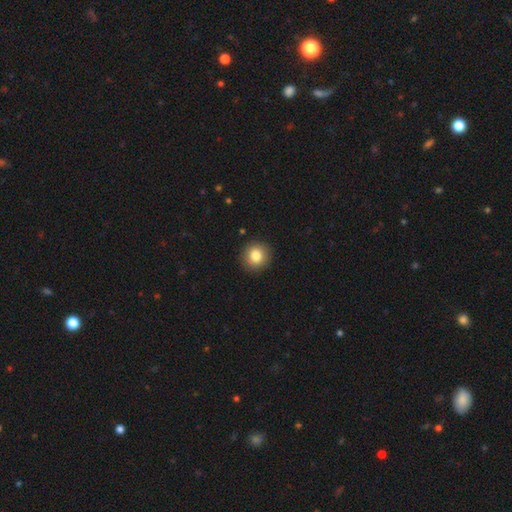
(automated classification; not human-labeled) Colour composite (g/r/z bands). It shows a smooth galaxy with no disk features (82%) that is round (91%). Merging: none (91%).